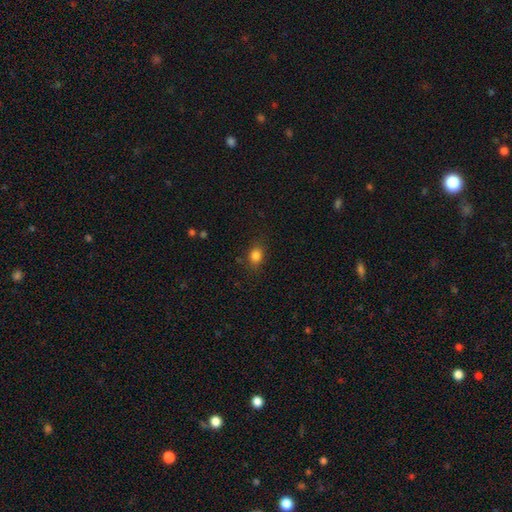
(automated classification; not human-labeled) Q: Smooth or featured?
A: smooth (83%); runner-up: star or artifact (12%)
Q: How rounded?
A: in between (53%); runner-up: round (46%)
Q: Merging?
A: none (82%); runner-up: minor disturbance (13%)